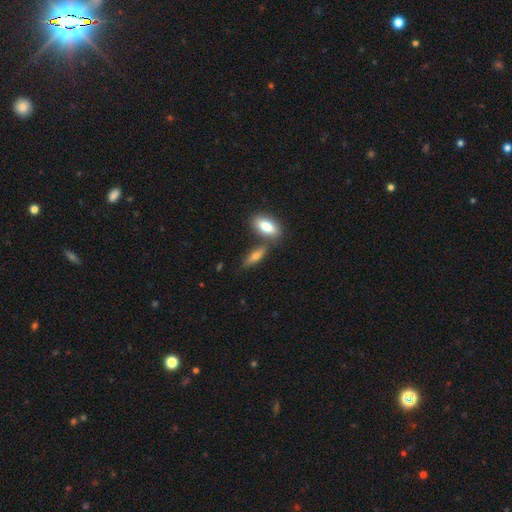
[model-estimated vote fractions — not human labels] The model was most divided on "how rounded": in between: 52%, cigar-shaped: 44%, round: 4%. More confident: smooth or featured — smooth (63%); merging — none (61%).